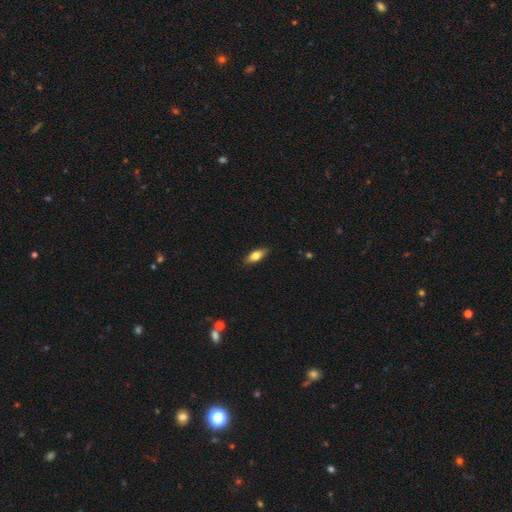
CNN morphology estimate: This is likely a smooth galaxy (71%). How rounded: likely in between (77%). Merging: clearly none (88%).